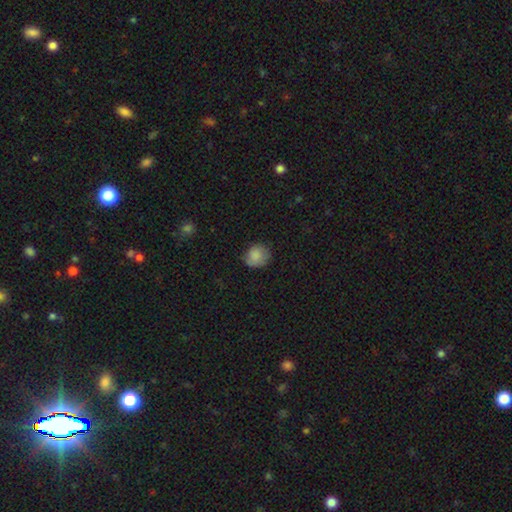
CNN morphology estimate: smooth 83%, star or artifact 9%, featured or disk 8%. Down the decision tree: how rounded — round (79%); merging — none (67%).